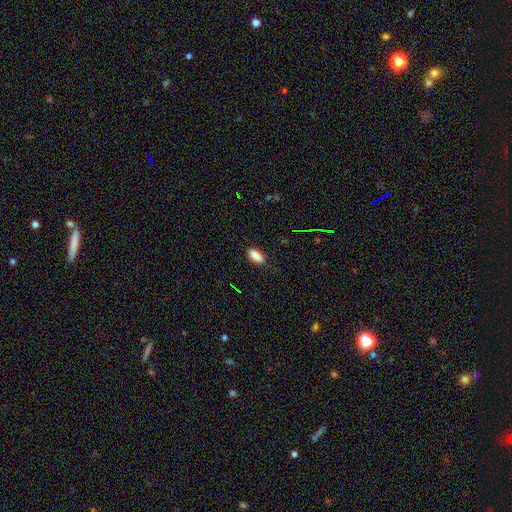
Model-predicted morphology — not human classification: This appears to be a smooth galaxy with no disk features (86%) that is in between round and cigar-shaped (71%). Merging: none (83%).